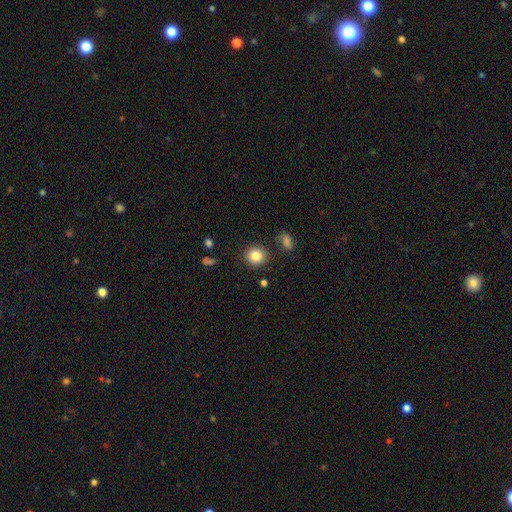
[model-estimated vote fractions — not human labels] Smooth or featured? smooth (84%)
How rounded? round (88%)
Merging? none (86%)